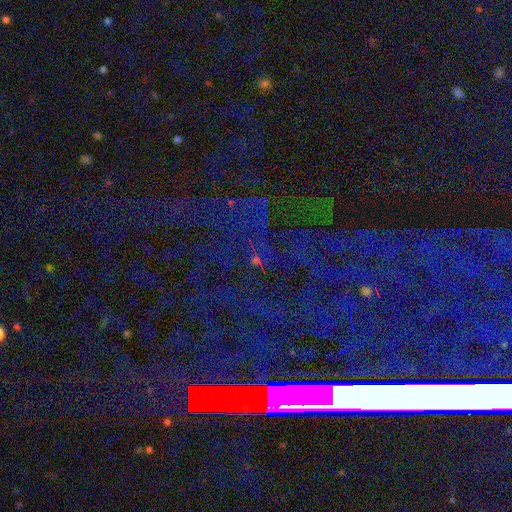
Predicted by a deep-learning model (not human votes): Smooth or featured? Predicted: star or artifact (p=0.80).